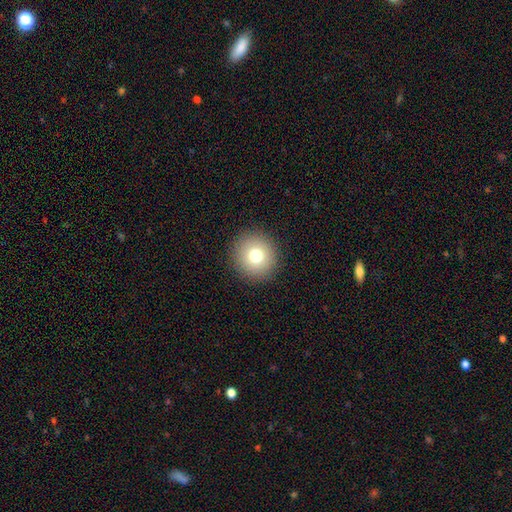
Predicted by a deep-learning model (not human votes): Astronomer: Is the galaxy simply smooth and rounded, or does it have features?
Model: smooth — 77%.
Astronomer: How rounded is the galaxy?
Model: round — 93%.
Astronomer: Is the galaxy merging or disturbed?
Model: none — 91%.